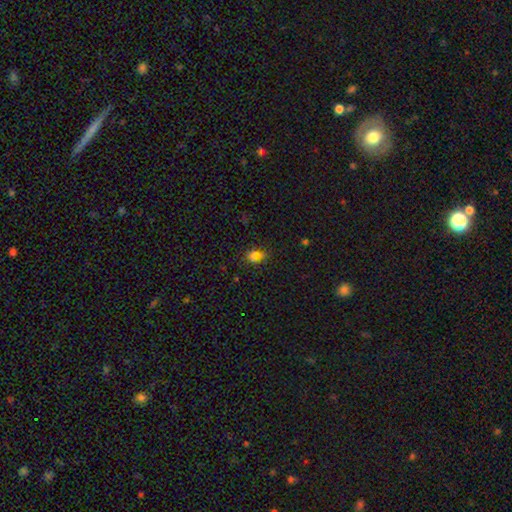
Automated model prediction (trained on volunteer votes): Smooth or featured?
  - smooth: 68% *
  - star or artifact: 23%
  - featured or disk: 9%
How rounded?
  - round: 50% *
  - in between: 47%
  - cigar-shaped: 3%
Merging?
  - none: 62% *
  - minor disturbance: 23%
  - major disturbance: 8%
  - merger: 8%